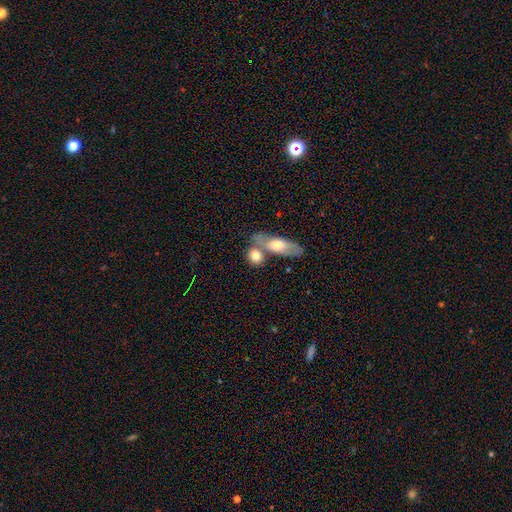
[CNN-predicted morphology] Smooth or featured? Predicted: smooth (p=0.76). How rounded? Predicted: in between (p=0.45). Merging? Predicted: none (p=0.51).